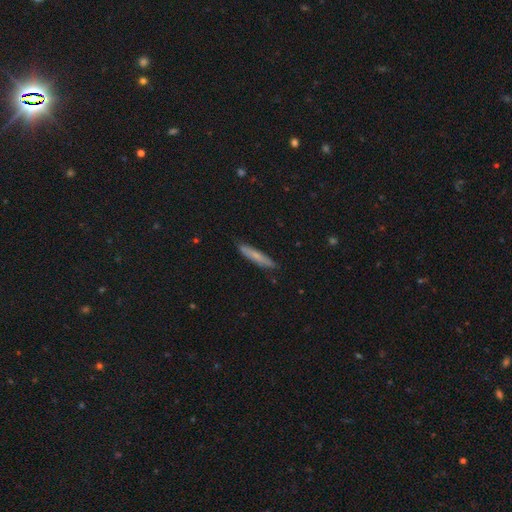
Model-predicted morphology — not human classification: smooth_or_featured: smooth (p=0.67) [alt: featured or disk p=0.27]
how_rounded: cigar-shaped (p=0.92) [alt: in between p=0.07]
merging: none (p=0.85) [alt: minor disturbance p=0.12]